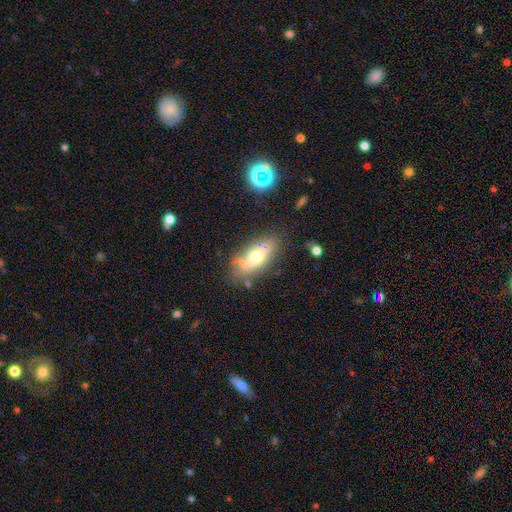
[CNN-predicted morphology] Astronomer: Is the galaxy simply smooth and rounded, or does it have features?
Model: smooth — 55% (runner-up: featured or disk, 36%).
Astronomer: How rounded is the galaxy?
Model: in between — 82%.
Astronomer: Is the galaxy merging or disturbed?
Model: none — 64%.